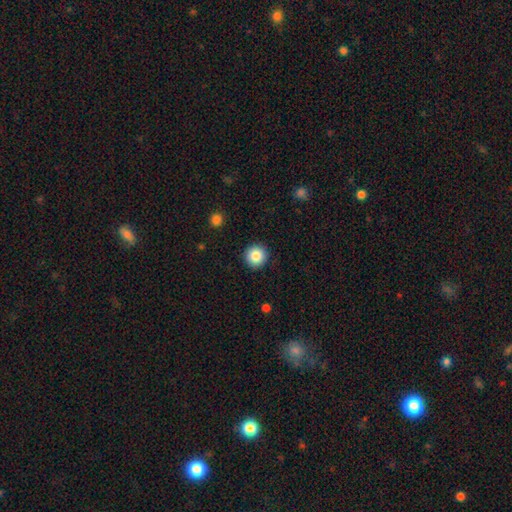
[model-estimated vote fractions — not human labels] This is clearly a smooth galaxy (86%). How rounded: clearly round (96%). Merging: clearly none (92%).